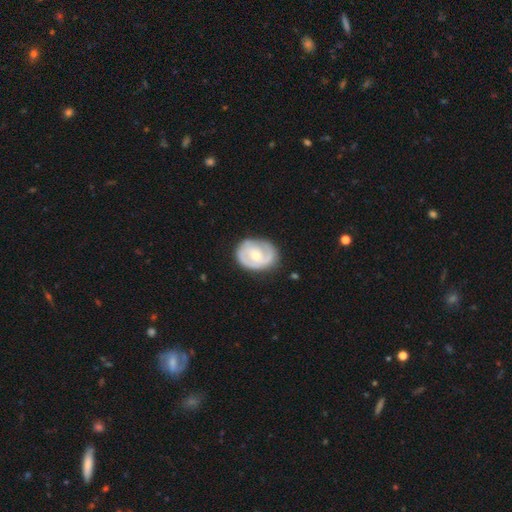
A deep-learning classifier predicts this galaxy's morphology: Overall: featured or disk (72%). Edge-on disk: no (97%). Bar: no (55%; weak 35%). Spiral arms: yes (79%). Spiral arm count: 2 (65%). Spiral winding: tight (49%; medium 37%). Bulge size: small (51%; moderate 45%). Merging: none (75%).